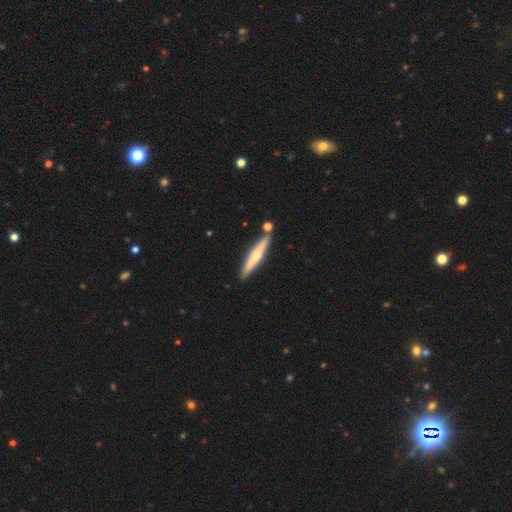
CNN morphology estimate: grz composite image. It shows a featured or disk galaxy (51%) viewed edge-on (95%). Merging: none (82%).